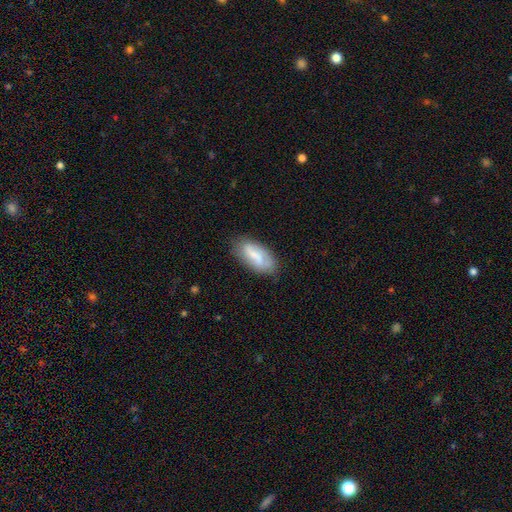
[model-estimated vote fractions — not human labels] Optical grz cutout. It shows a smooth galaxy with no disk features (59%) that is in between round and cigar-shaped (88%). Merging: none (73%).